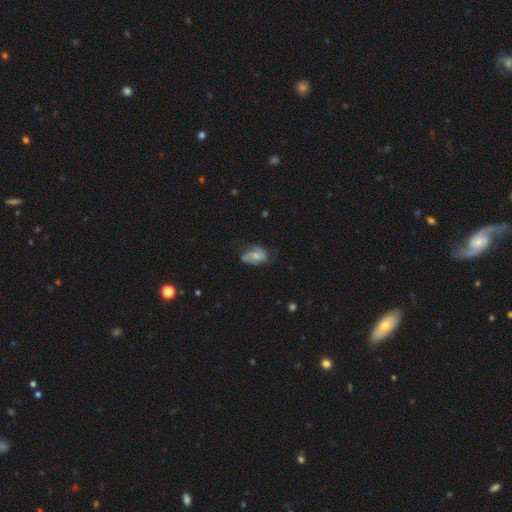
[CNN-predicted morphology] smooth_or_featured: featured or disk (p=0.49) [alt: smooth p=0.43]
merging: none (p=0.47) [alt: minor disturbance p=0.33]